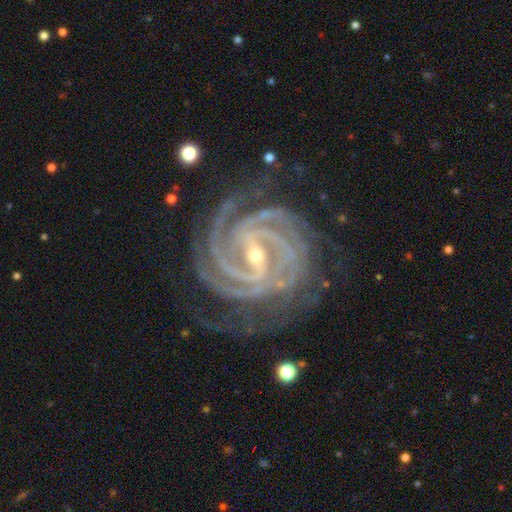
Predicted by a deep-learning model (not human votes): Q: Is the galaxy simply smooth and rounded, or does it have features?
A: featured or disk — 94%.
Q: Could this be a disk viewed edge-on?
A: no — 98%.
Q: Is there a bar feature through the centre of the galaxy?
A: strong — 58%.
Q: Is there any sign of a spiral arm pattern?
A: yes — 99%.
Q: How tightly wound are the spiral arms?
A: tight — 81%.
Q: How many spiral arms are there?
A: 4 — 38%.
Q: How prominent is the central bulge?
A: small — 62%.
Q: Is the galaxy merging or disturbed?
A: none — 78%.